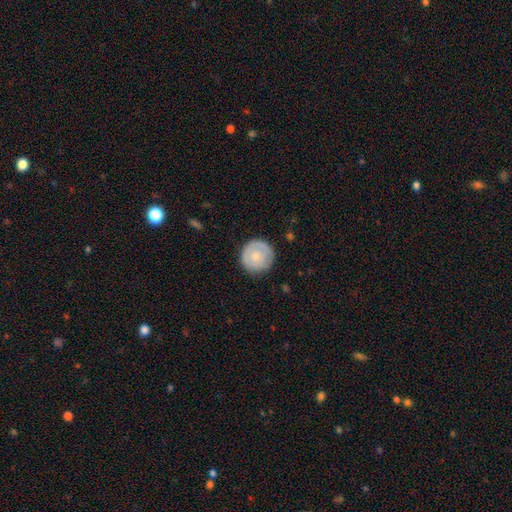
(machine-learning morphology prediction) This appears to be a smooth galaxy with no disk features (67%) that is round (96%). Merging: none (85%).